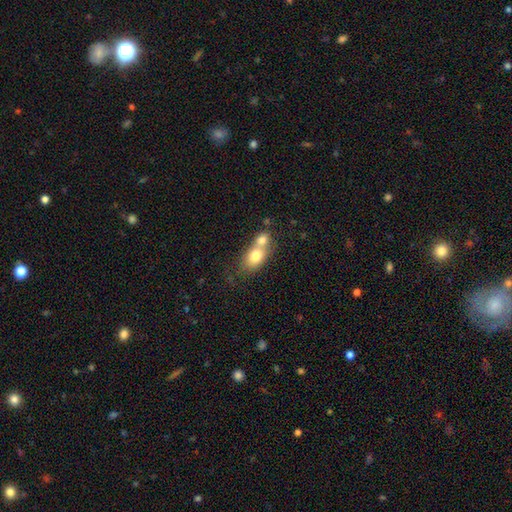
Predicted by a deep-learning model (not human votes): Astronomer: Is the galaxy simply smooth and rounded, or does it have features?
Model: smooth — 72%.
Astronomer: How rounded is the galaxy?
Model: in between — 67%.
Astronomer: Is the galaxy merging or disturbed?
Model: merger — 68%.